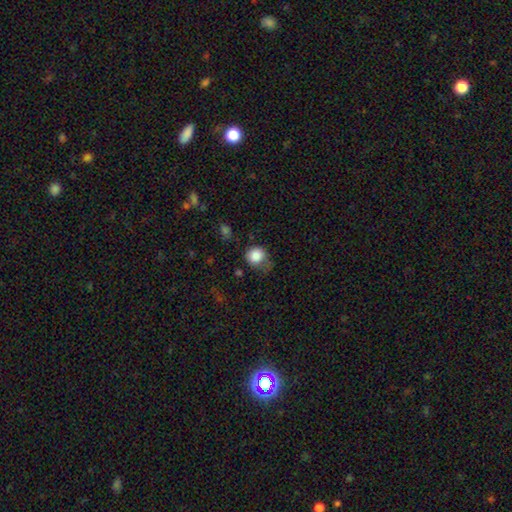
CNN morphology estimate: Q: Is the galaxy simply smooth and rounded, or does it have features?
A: smooth — 84%.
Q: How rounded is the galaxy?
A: round — 81%.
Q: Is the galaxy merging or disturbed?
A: none — 46%.